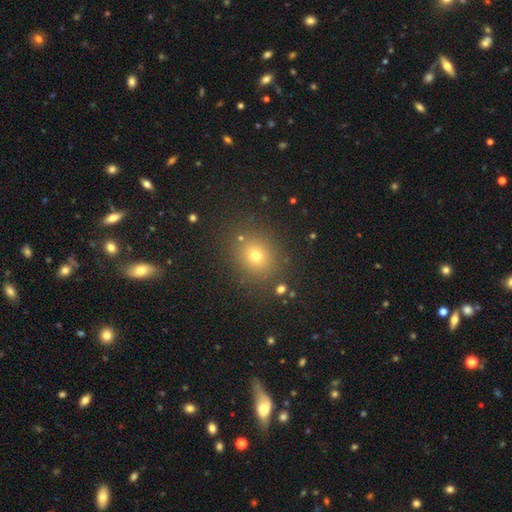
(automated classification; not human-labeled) Smooth or featured? Predicted: smooth (p=0.69). How rounded? Predicted: round (p=0.74). Merging? Predicted: none (p=0.85).